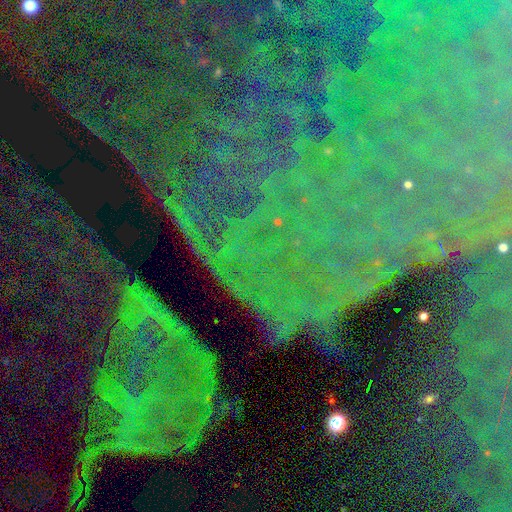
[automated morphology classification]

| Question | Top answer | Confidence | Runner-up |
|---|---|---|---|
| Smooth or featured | star or artifact | 84% | featured or disk (9%) |